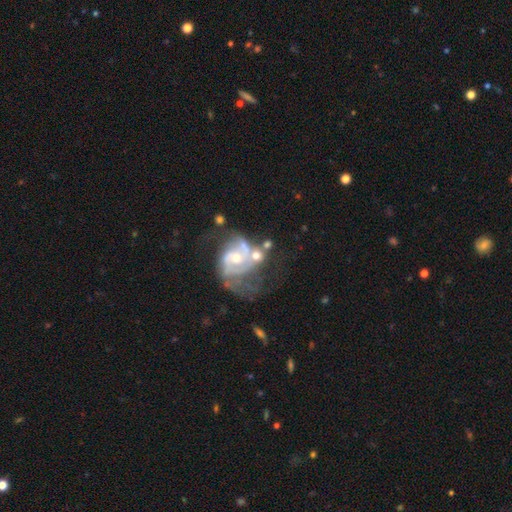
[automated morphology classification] This appears to be a featured or disk galaxy (79%) with no bar (68%), 2 (60%) medium (45%) spiral arms (87%) and a moderate central bulge (56%). Merging: none (28%, tied with major disturbance).